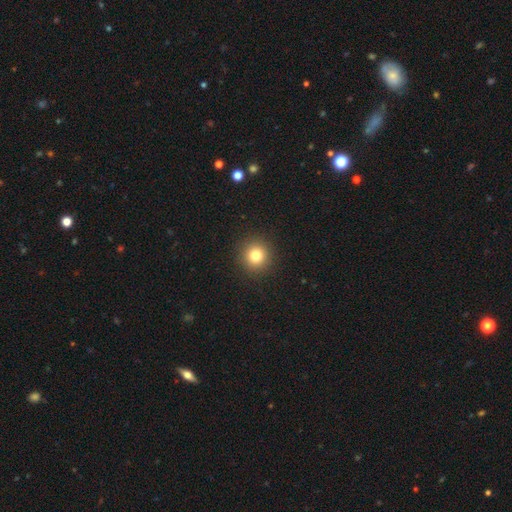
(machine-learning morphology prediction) smooth 80%, star or artifact 13%, featured or disk 7%. Down the decision tree: how rounded — round (94%); merging — none (92%).